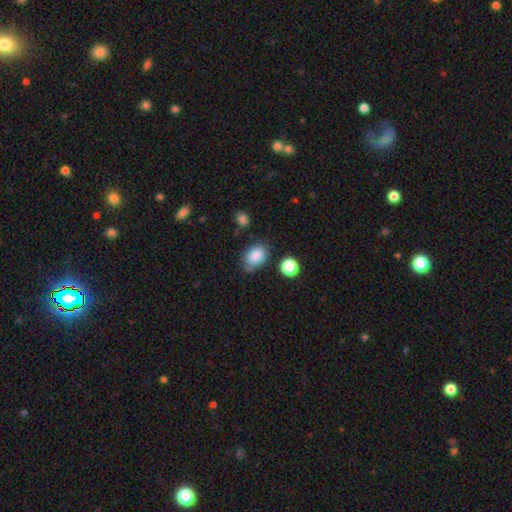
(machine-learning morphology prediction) A smooth galaxy with no disk features (85%) that is in between round and cigar-shaped (76%). Merging: none (66%).